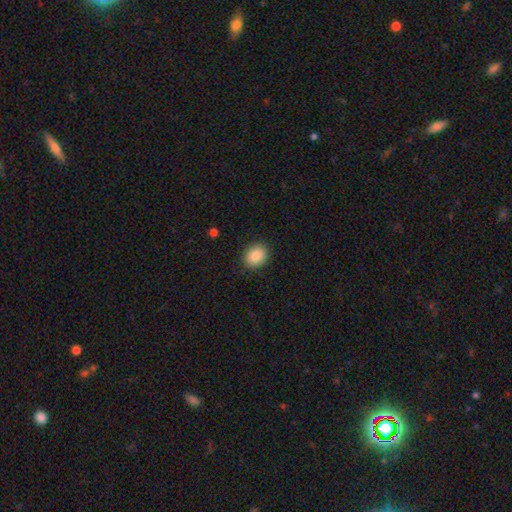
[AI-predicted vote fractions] Morphology: type=smooth (87%); roundness=round (53%); merging=none (88%).